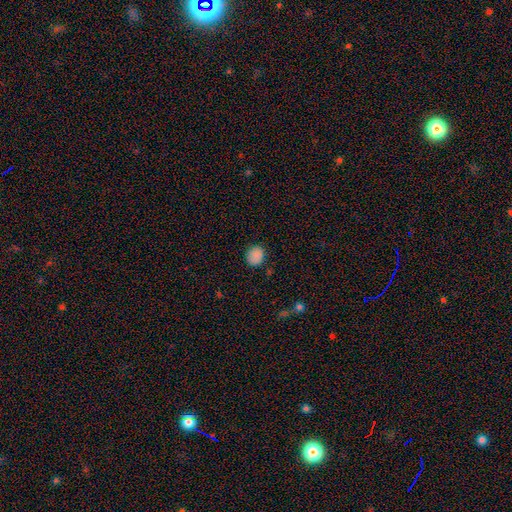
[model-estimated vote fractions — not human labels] Morphology: type=smooth (86%); roundness=round (73%); merging=none (85%).